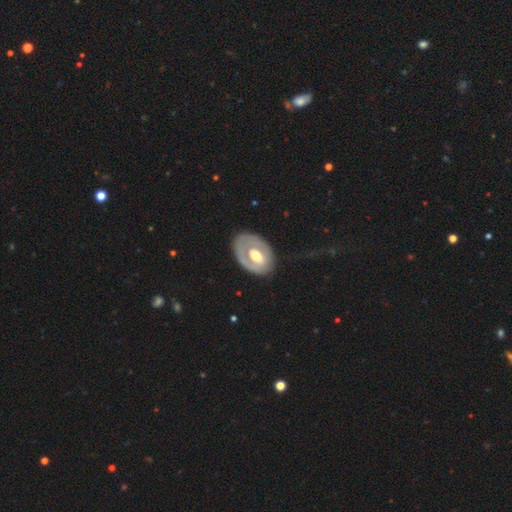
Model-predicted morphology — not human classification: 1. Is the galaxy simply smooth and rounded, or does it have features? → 62% featured or disk, 33% smooth, 5% star or artifact.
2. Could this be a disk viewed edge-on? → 94% no, 6% yes.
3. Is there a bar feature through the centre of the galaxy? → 61% no, 28% weak, 11% strong.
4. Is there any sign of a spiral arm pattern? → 66% no, 34% yes.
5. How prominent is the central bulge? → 67% moderate, 20% large, 10% small, 2% dominant, 1% none.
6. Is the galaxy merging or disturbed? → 68% none, 20% minor disturbance, 11% major disturbance, 2% merger.